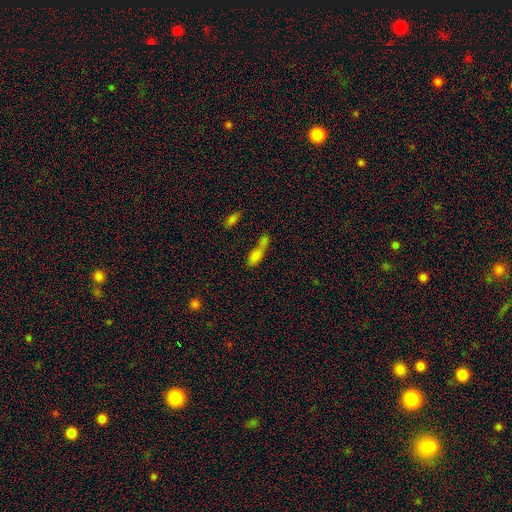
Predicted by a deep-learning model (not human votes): A smooth galaxy with no disk features (73%) that is in between round and cigar-shaped (56%).

Vote fractions:
- Smooth or featured? smooth: 73% / featured or disk: 15% / star or artifact: 13%
- How rounded? in between: 56% / cigar-shaped: 38% / round: 6%
- Merging? merger: 53% / none: 23% / minor disturbance: 13% / major disturbance: 12%